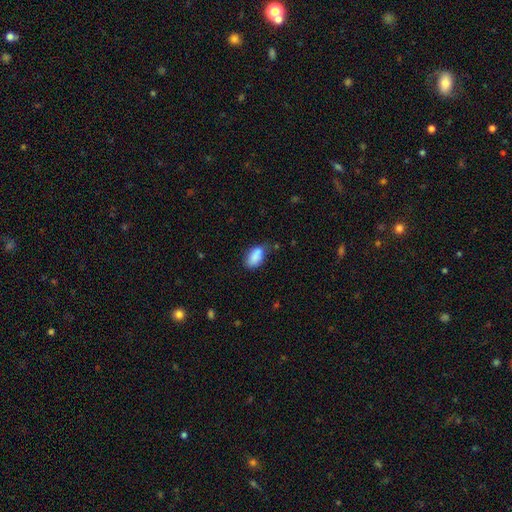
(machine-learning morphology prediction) This appears to be a smooth galaxy with no disk features (83%) that is in between round and cigar-shaped (89%). Merging: none (52%).